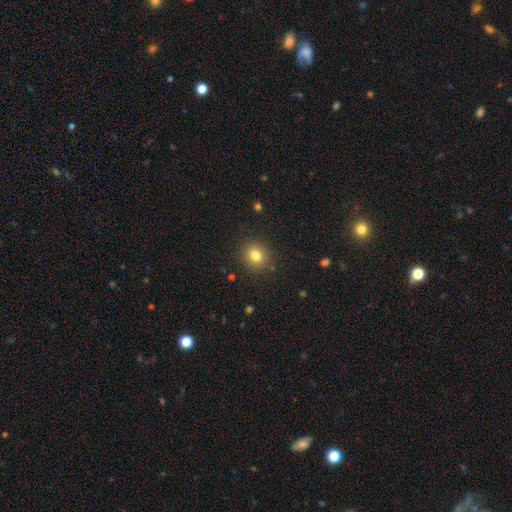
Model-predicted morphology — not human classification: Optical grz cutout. It shows a smooth galaxy with no disk features (81%) that is round (78%). Merging: none (89%).